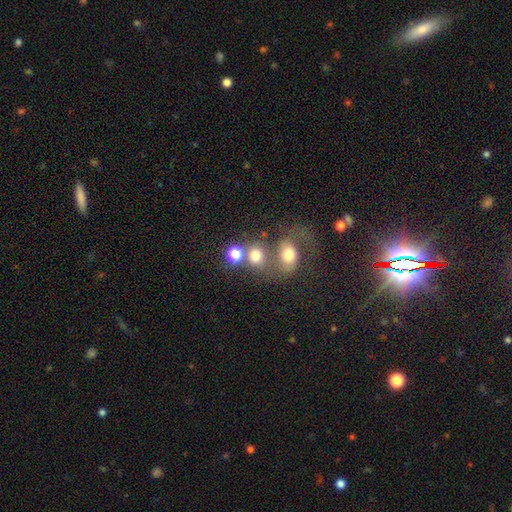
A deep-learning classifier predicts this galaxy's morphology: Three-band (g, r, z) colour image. It shows a smooth galaxy with no disk features (69%) that is round (69%). Merging: merger (43%).